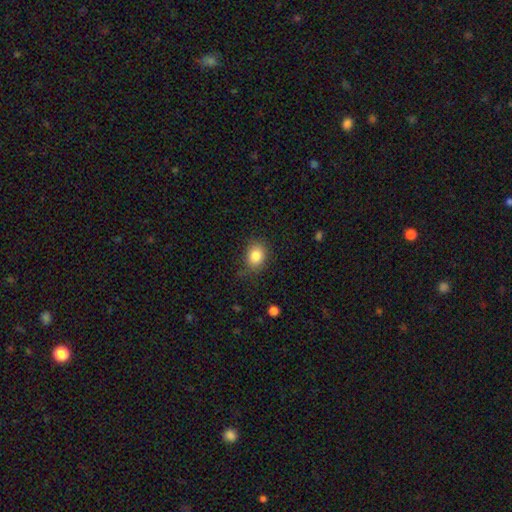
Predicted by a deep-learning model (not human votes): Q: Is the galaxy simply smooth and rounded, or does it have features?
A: smooth — 83%.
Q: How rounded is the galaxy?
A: in between — 52%.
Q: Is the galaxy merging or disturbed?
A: none — 79%.